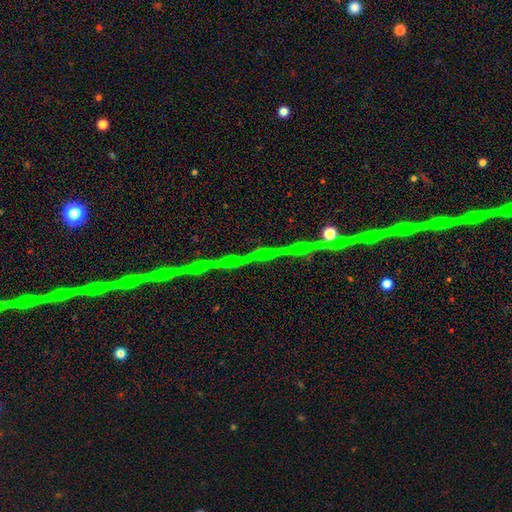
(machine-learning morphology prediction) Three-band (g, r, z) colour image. It shows a star or artifact, not a galaxy (72%).